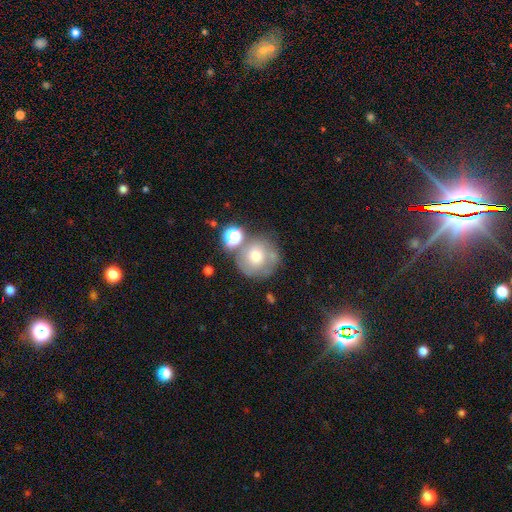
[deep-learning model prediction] This is likely a smooth galaxy (60%). How rounded: clearly round (90%). Merging: possibly none (54%).